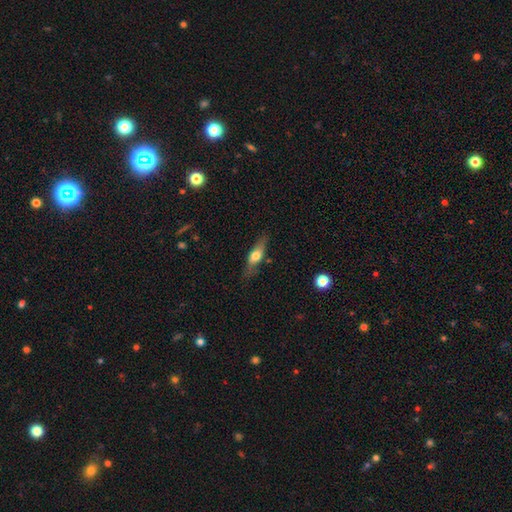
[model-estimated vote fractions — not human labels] smooth 52%, featured or disk 41%, star or artifact 7%. Down the decision tree: how rounded — cigar-shaped (55%); merging — none (75%).